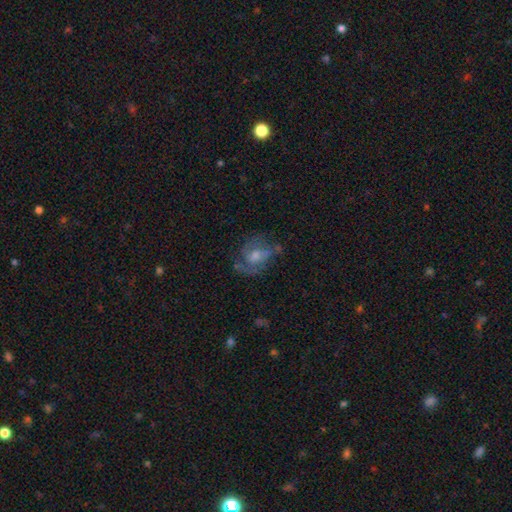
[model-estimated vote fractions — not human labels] This is likely a featured or disk galaxy (65%). It is clearly not viewed edge-on (97%). Bar: likely no (62%). Spiral arm pattern: likely yes (78%). Central bulge: possibly moderate (54%). Merging: possibly none (57%).